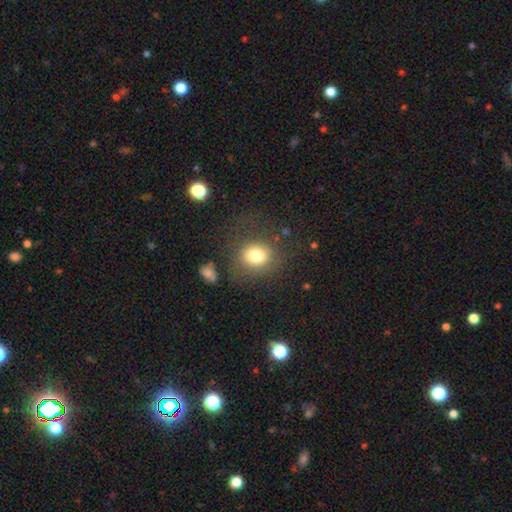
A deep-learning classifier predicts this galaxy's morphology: Smooth or featured? Predicted: smooth (p=0.78). How rounded? Predicted: round (p=0.69). Merging? Predicted: none (p=0.69).